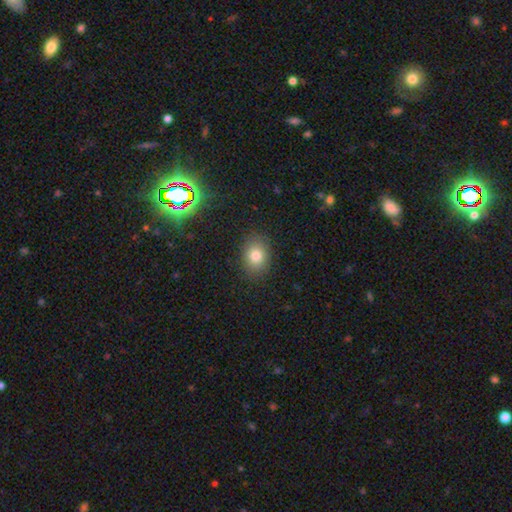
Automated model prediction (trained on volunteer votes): A smooth galaxy with no disk features (79%) that is in between round and cigar-shaped (59%).

Vote fractions:
- Smooth or featured? smooth: 79% / star or artifact: 11% / featured or disk: 9%
- How rounded? in between: 59% / round: 40% / cigar-shaped: 1%
- Merging? none: 86% / minor disturbance: 10% / major disturbance: 3% / merger: 1%